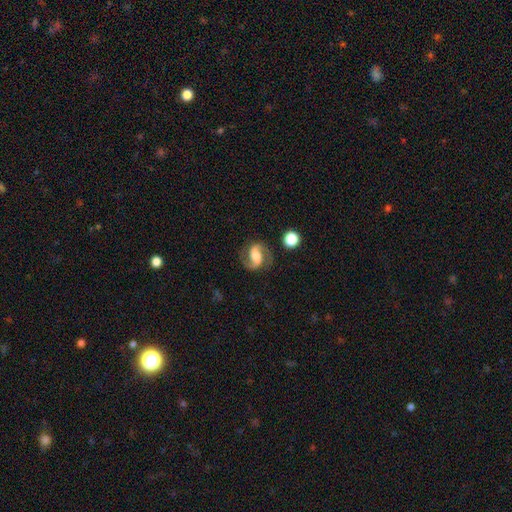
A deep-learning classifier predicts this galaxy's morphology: The model was most divided on "bar": weak: 40%, no: 30%, strong: 30%. Remaining: edge-on disk — no (98%); spiral arms — yes (97%); spiral arm count — 2 (93%); smooth or featured — featured or disk (84%); merging — none (80%); spiral winding — medium (55%); bulge size — moderate (48%).